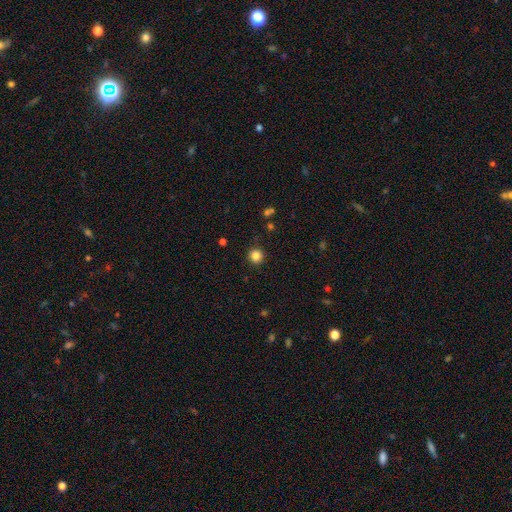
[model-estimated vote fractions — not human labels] A smooth galaxy with no disk features (84%) that is round (95%). Merging: none (91%).